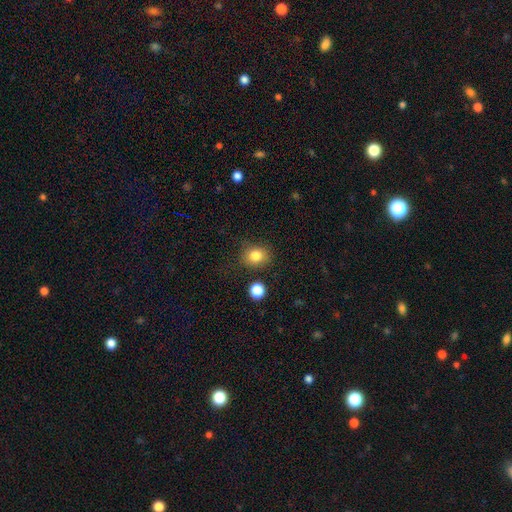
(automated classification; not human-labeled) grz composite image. It shows a smooth galaxy with no disk features (83%) that is round (67%). Merging: none (80%).